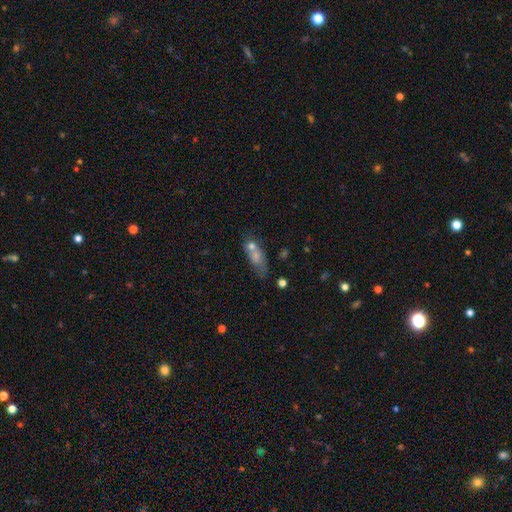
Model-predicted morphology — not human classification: Smooth or featured? smooth (58%)
How rounded? in between (55%)
Merging? none (43%)